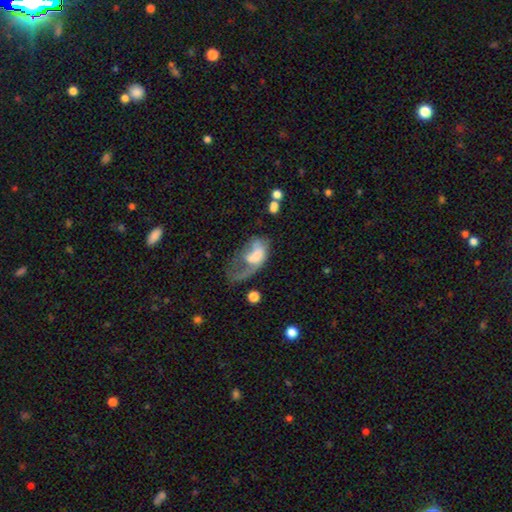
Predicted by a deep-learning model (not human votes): smooth-or-featured: smooth: 46% | featured or disk: 45% | star or artifact: 9%
  merging: major disturbance: 57% | none: 16% | minor disturbance: 15% | merger: 12%